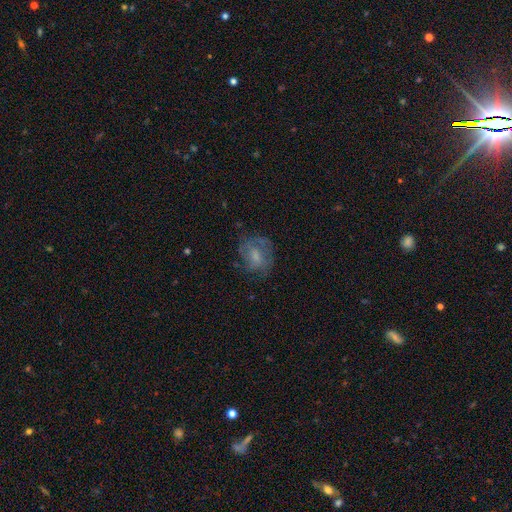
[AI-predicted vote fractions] featured or disk 50%, smooth 40%, star or artifact 10%. Down the decision tree: edge-on disk — no (96%); merging — none (61%).